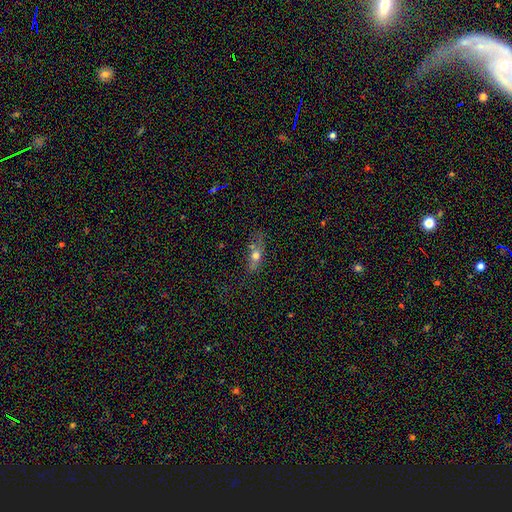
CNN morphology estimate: This is possibly a smooth galaxy (60%). How rounded: possibly in between (57%). Merging: possibly none (51%).